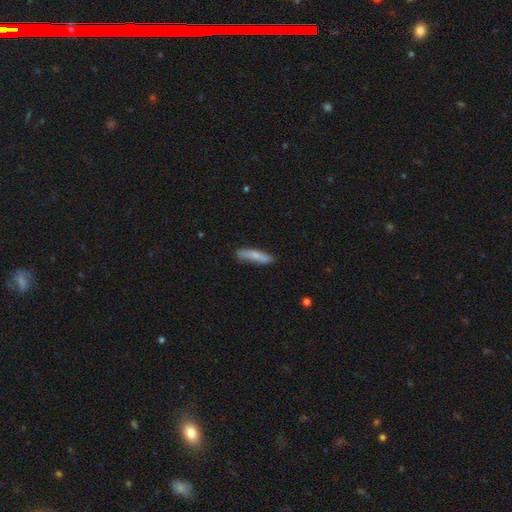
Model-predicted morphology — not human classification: Overall: smooth (75%). How rounded: cigar-shaped (82%). Merging: none (77%).